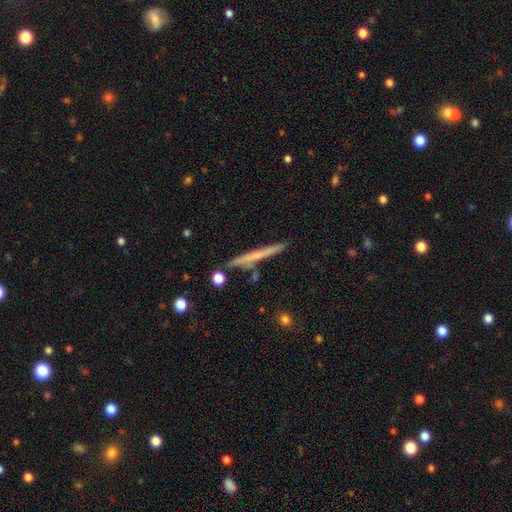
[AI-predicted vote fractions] smooth_or_featured: featured or disk (p=0.47) [alt: smooth p=0.46]
merging: none (p=0.85) [alt: minor disturbance p=0.10]